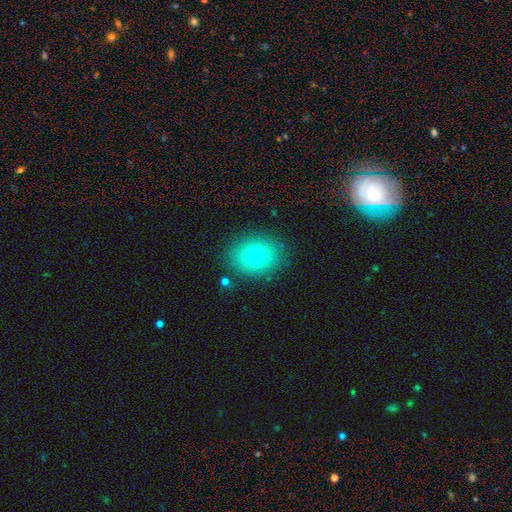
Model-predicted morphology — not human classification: type=smooth (72%); roundness=in between (53%); merging=none (86%).